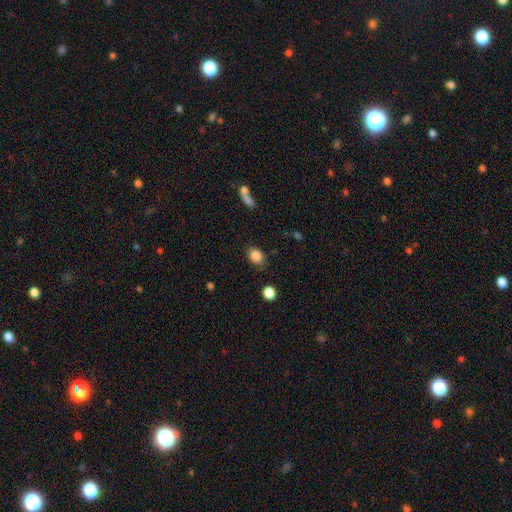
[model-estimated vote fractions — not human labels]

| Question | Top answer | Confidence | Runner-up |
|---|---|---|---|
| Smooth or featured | smooth | 86% | star or artifact (9%) |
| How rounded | in between | 60% | round (39%) |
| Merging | none | 80% | minor disturbance (14%) |